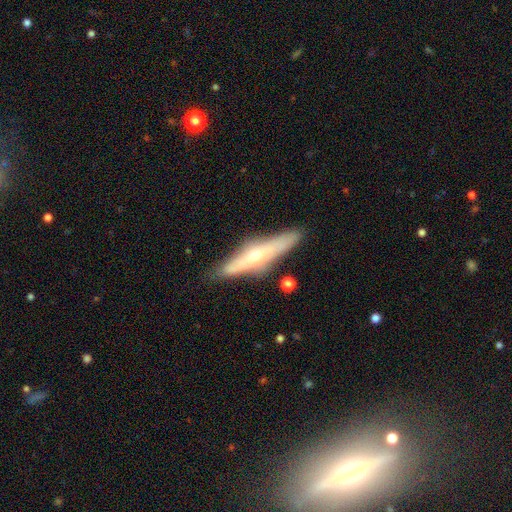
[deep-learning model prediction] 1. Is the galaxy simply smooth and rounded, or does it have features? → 55% featured or disk, 38% smooth, 7% star or artifact.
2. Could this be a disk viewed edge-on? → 86% yes, 14% no.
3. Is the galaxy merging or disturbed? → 75% none, 17% minor disturbance, 4% major disturbance, 4% merger.